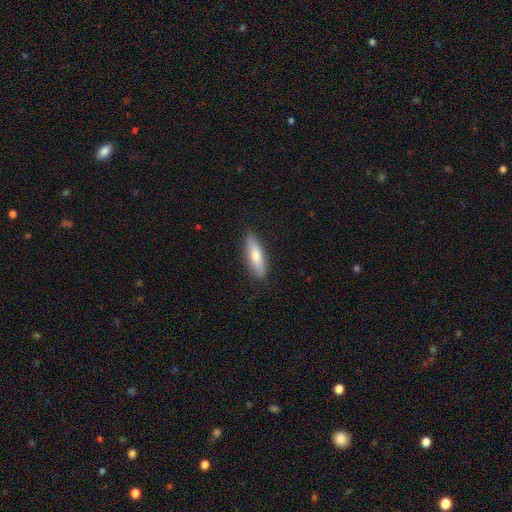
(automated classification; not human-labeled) A smooth galaxy with no disk features (70%) that is cigar-shaped (55%).

Vote fractions:
- Smooth or featured? smooth: 70% / featured or disk: 24% / star or artifact: 6%
- How rounded? cigar-shaped: 55% / in between: 43% / round: 2%
- Merging? none: 89% / minor disturbance: 8% / major disturbance: 2% / merger: 1%